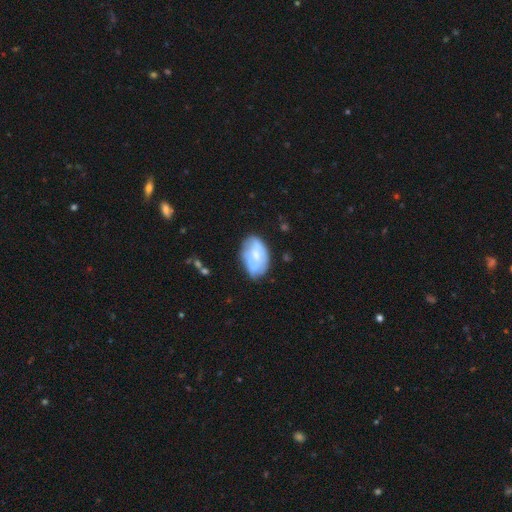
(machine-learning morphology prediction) Smooth or featured? featured or disk (49%)
Merging? none (58%)